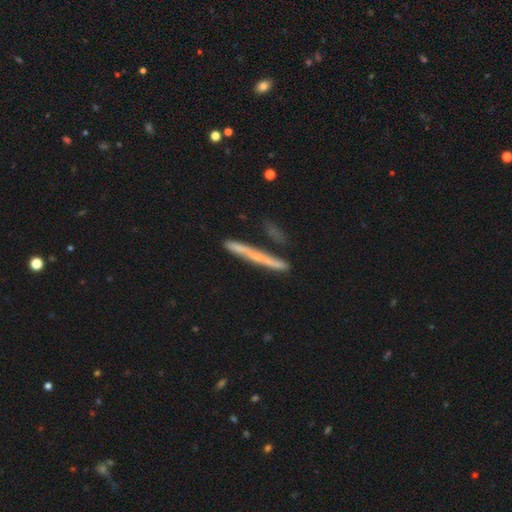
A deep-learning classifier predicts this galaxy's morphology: smooth_or_featured: featured or disk (p=0.48) [alt: smooth p=0.45]
merging: none (p=0.80) [alt: minor disturbance p=0.12]